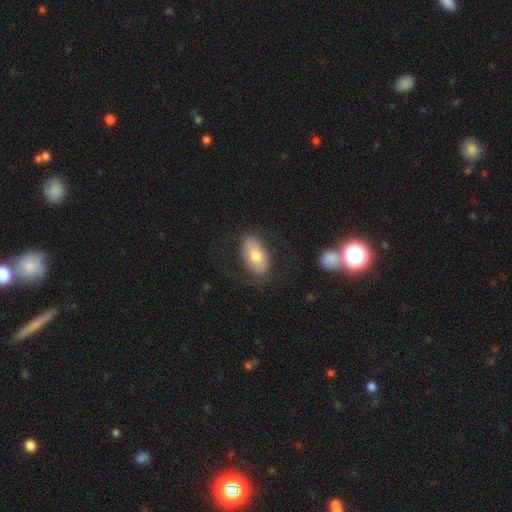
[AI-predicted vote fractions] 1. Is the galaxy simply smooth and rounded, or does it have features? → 69% smooth, 23% featured or disk, 9% star or artifact.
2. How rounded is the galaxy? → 91% in between, 5% round, 4% cigar-shaped.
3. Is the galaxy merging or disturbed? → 79% none, 13% minor disturbance, 5% major disturbance, 3% merger.